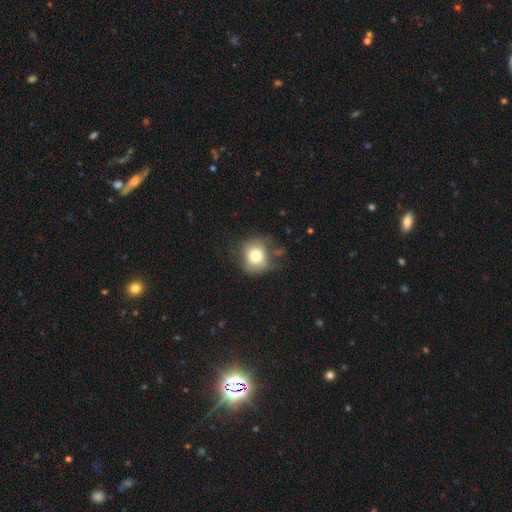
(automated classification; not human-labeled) The model was most divided on "merging": none: 53%, minor disturbance: 28%, major disturbance: 15%, merger: 3%. More confident: how rounded — round (80%); smooth or featured — smooth (72%).